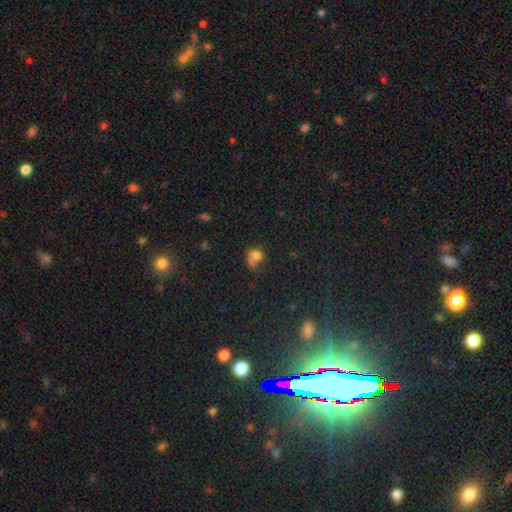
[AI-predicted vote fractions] smooth-or-featured: smooth: 65% | star or artifact: 18% | featured or disk: 17%
  how-rounded: in between: 55% | round: 43% | cigar-shaped: 2%
  merging: major disturbance: 31% | none: 29% | minor disturbance: 23% | merger: 17%